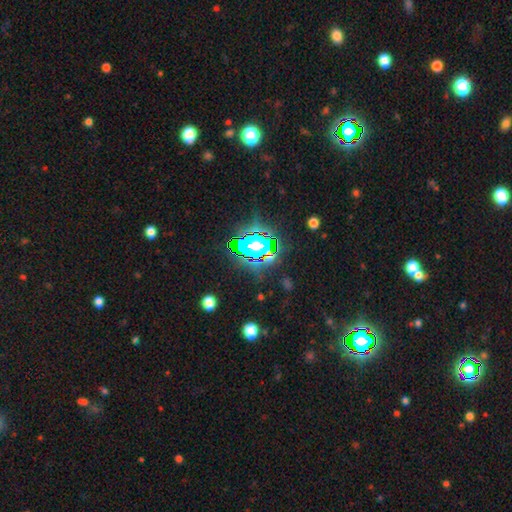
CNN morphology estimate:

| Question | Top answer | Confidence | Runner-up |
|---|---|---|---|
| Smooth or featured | star or artifact | 82% | smooth (10%) |